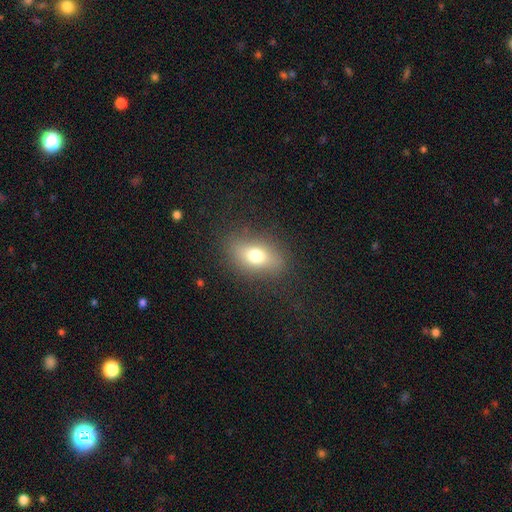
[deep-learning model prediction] A smooth galaxy with no disk features (73%) that is in between round and cigar-shaped (79%). Merging: none (81%).